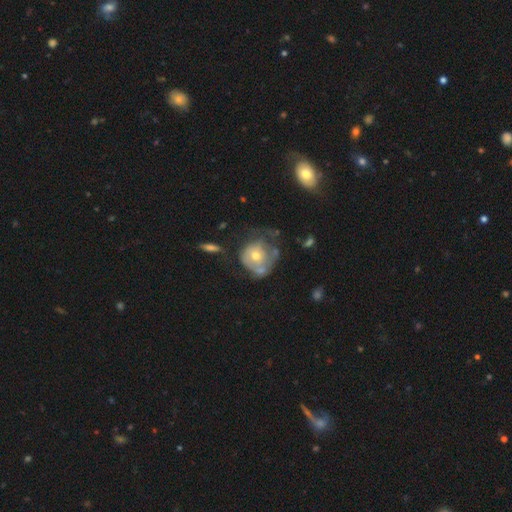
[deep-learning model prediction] featured or disk 47%, smooth 45%, star or artifact 8%. Down the decision tree: merging — major disturbance (31%).